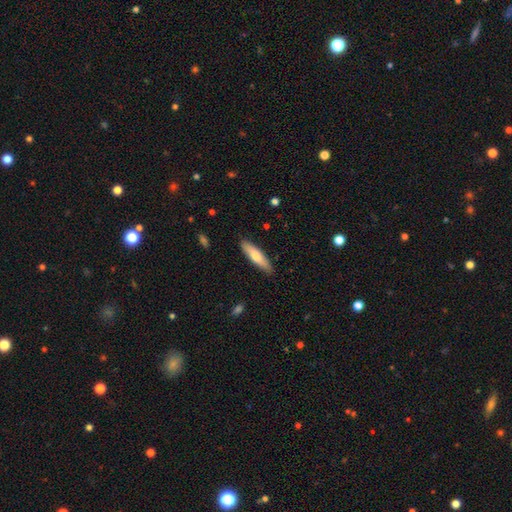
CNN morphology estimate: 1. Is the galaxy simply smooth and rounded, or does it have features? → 68% smooth, 27% featured or disk, 5% star or artifact.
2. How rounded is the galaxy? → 69% cigar-shaped, 29% in between, 1% round.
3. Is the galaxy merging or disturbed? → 88% none, 9% minor disturbance, 2% major disturbance, 1% merger.